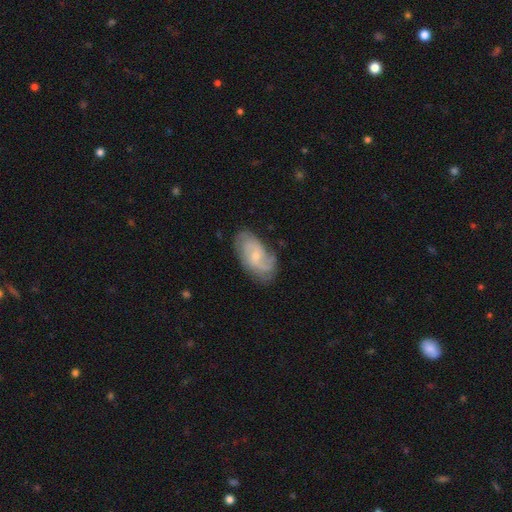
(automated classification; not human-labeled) smooth_or_featured: featured or disk (p=0.74) [alt: smooth p=0.19]
disk_edge_on: no (p=0.96) [alt: yes p=0.04]
bar: no (p=0.60) [alt: weak p=0.35]
has_spiral_arms: yes (p=0.92) [alt: no p=0.08]
spiral_winding: medium (p=0.45) [alt: loose p=0.28]
spiral_arm_count: 2 (p=0.53) [alt: can't tell p=0.22]
bulge_size: small (p=0.67) [alt: moderate p=0.28]
merging: none (p=0.68) [alt: minor disturbance p=0.22]